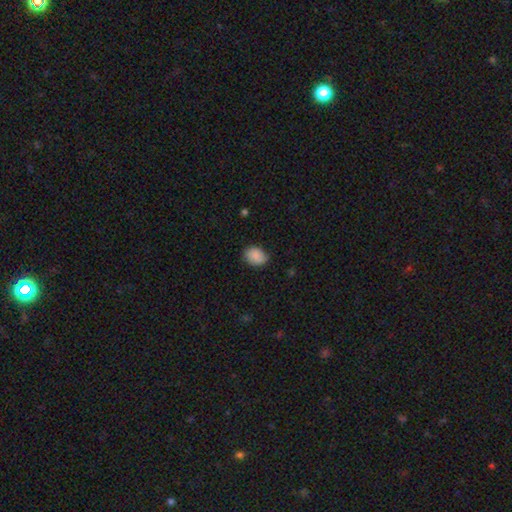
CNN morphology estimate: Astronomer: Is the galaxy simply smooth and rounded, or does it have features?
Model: smooth — 85%.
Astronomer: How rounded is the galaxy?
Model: in between — 58% (runner-up: round, 41%).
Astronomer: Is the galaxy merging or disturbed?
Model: none — 76%.